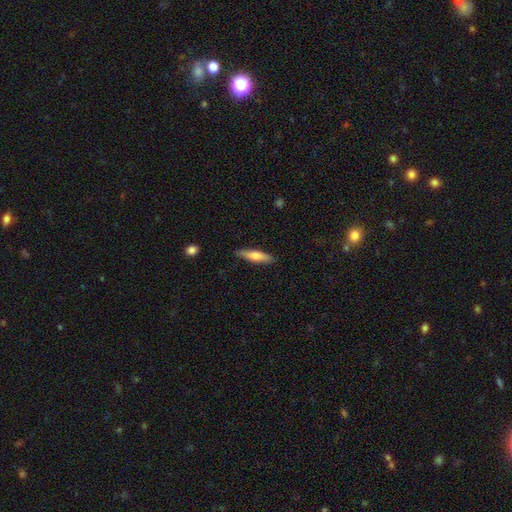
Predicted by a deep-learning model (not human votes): Overall: smooth (59%; featured or disk 36%). How rounded: cigar-shaped (75%). Merging: none (86%).